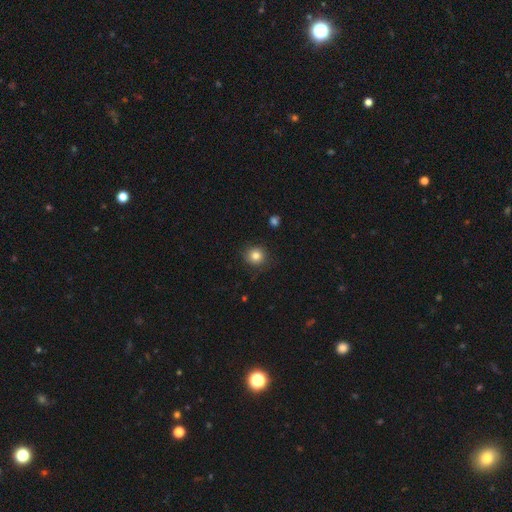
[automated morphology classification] This appears to be a smooth galaxy with no disk features (82%) that is round (88%). Merging: none (85%).